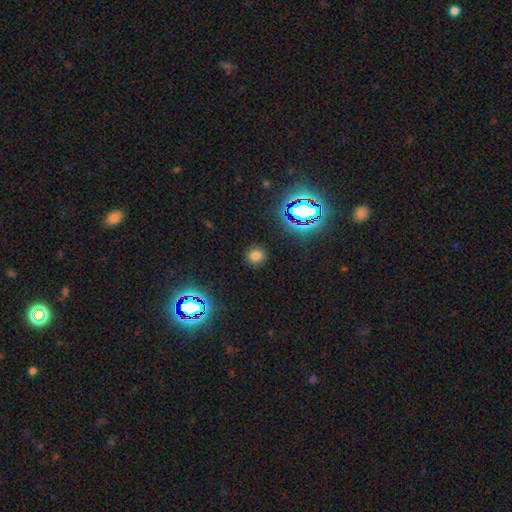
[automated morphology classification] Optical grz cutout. It shows a smooth galaxy with no disk features (69%) that is round (79%). Merging: none (88%).